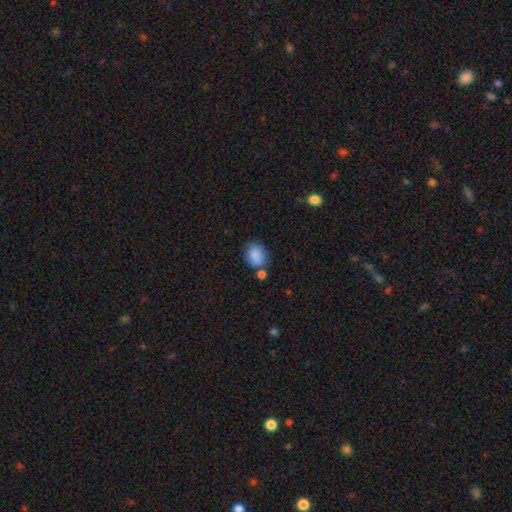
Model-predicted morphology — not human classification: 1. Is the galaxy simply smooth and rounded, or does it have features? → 85% smooth, 8% star or artifact, 6% featured or disk.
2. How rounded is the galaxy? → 58% in between, 41% round, 1% cigar-shaped.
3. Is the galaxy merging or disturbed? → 59% none, 21% minor disturbance, 15% merger, 6% major disturbance.